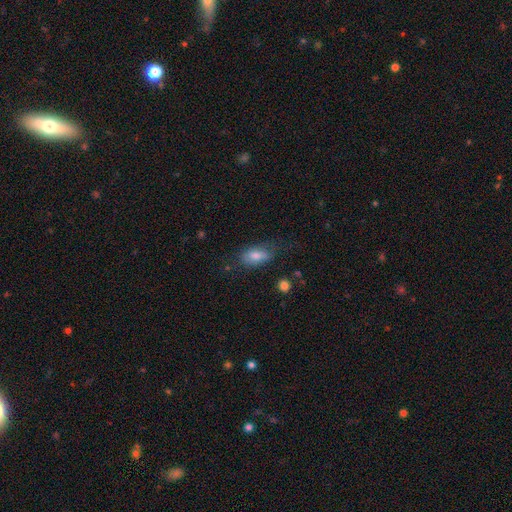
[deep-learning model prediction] A smooth galaxy with no disk features (73%) that is in between round and cigar-shaped (85%). Merging: none (56%).